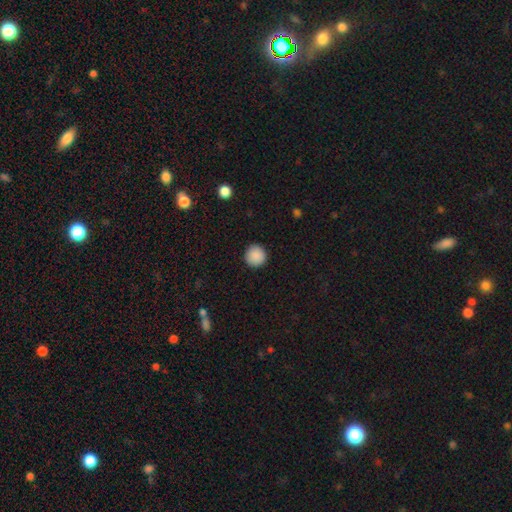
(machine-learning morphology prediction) The model was most divided on "smooth or featured": smooth: 89%, star or artifact: 8%, featured or disk: 3%. More confident: how rounded — round (95%); merging — none (92%).